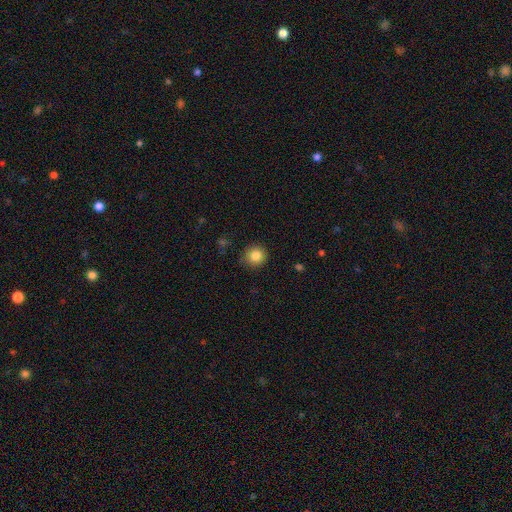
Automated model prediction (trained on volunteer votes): smooth_or_featured: smooth (p=0.83) [alt: star or artifact p=0.10]
how_rounded: round (p=0.92) [alt: in between p=0.07]
merging: none (p=0.87) [alt: minor disturbance p=0.10]